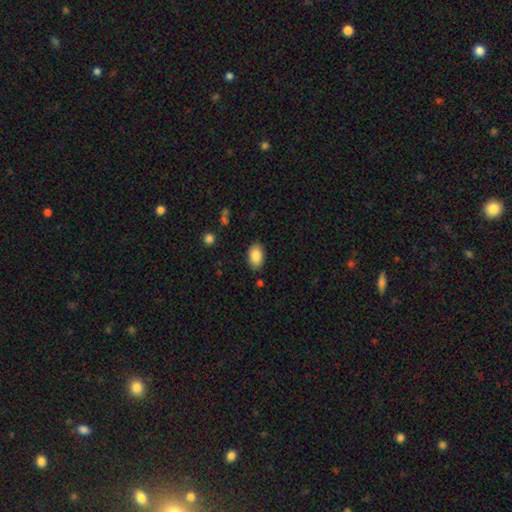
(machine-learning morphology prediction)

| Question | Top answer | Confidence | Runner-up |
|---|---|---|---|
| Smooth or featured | smooth | 87% | star or artifact (7%) |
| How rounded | in between | 90% | round (9%) |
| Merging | none | 86% | minor disturbance (10%) |